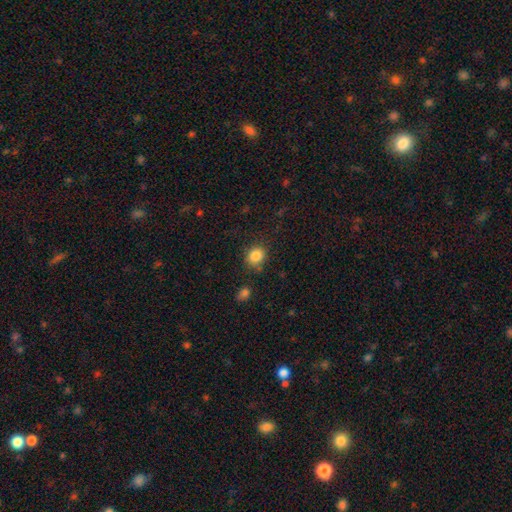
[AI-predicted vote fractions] smooth 85%, star or artifact 10%, featured or disk 5%. Down the decision tree: how rounded — round (73%); merging — none (78%).